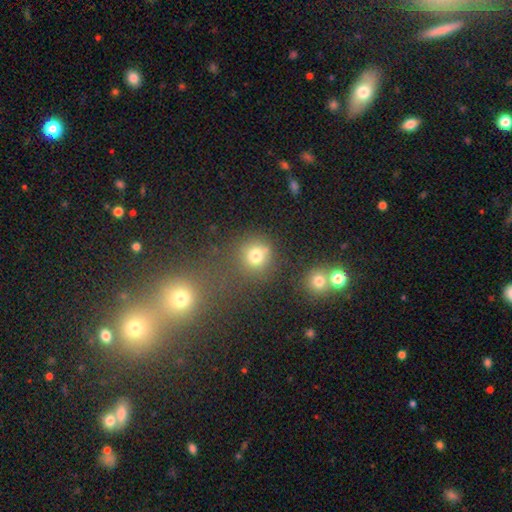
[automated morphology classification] Overall: smooth (73%). How rounded: round (87%). Merging: none (68%).